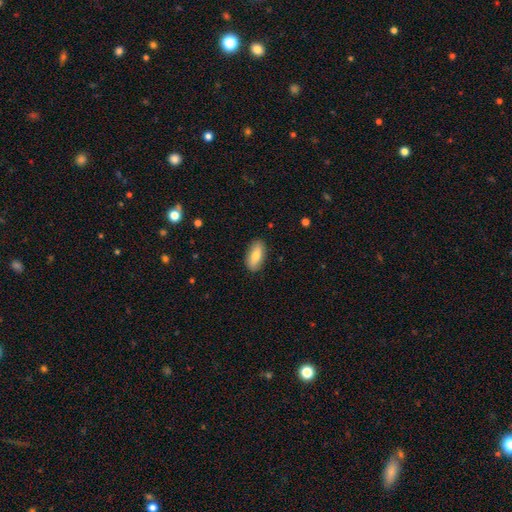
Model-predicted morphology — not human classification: Smooth or featured: smooth — 75% (featured or disk — 18%)
How rounded: in between — 87% (cigar-shaped — 10%)
Merging: none — 87% (minor disturbance — 10%)